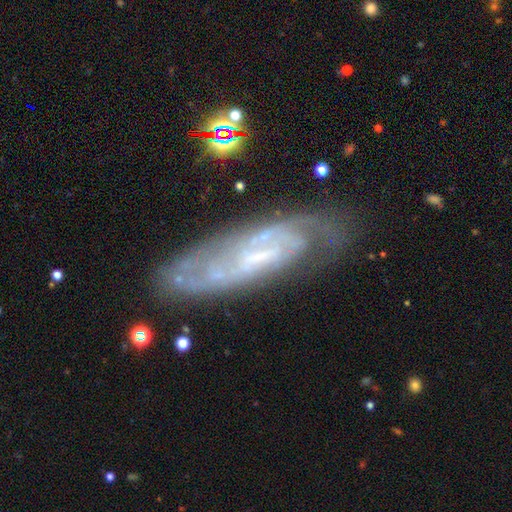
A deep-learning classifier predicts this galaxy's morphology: A featured or disk galaxy (77%) with a weak bar (43%), tight (54%) spiral arms (87%) and a small central bulge (43%).

Vote fractions:
- Smooth or featured? featured or disk: 77% / smooth: 15% / star or artifact: 8%
- Edge-on disk? no: 79% / yes: 21%
- Bar? weak: 43% / no: 31% / strong: 26%
- Spiral arms? yes: 87% / no: 13%
- Spiral winding? tight: 54% / medium: 34% / loose: 11%
- Spiral arm count? can't tell: 43% / 2: 37% / 3: 8% / 1: 6% / 4: 3% / more than 4: 3%
- Bulge size? small: 43% / none: 32% / moderate: 21% / large: 3% / dominant: 1%
- Merging? none: 70% / minor disturbance: 19% / major disturbance: 8% / merger: 3%